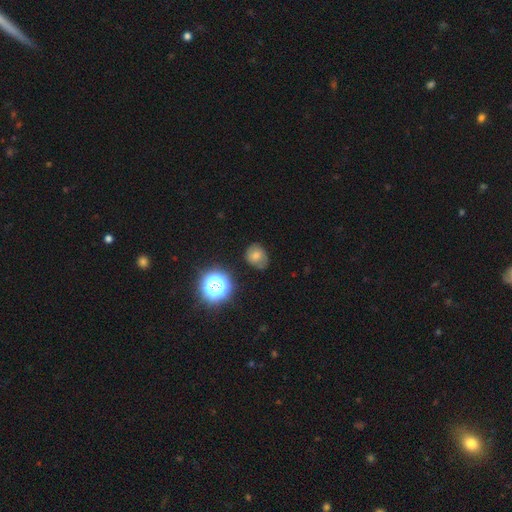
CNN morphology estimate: smooth_or_featured: smooth (p=0.67) [alt: featured or disk p=0.17]
how_rounded: round (p=0.60) [alt: in between p=0.39]
merging: none (p=0.64) [alt: minor disturbance p=0.25]